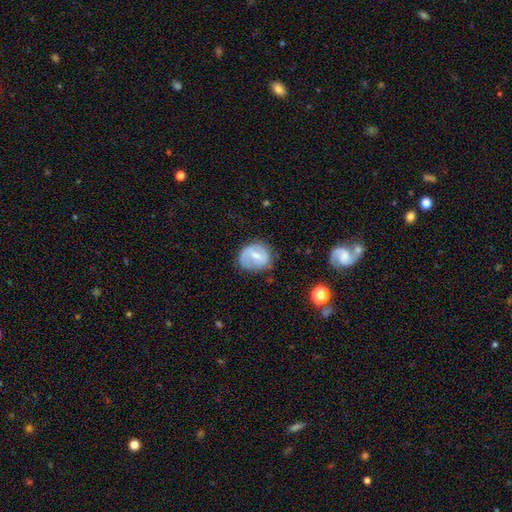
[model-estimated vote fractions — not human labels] Smooth or featured? Predicted: featured or disk (p=0.49). Merging? Predicted: none (p=0.64).